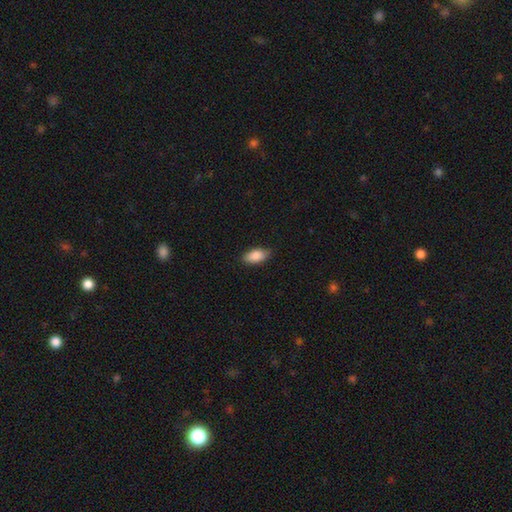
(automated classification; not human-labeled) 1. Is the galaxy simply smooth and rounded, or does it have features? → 88% smooth, 6% star or artifact, 6% featured or disk.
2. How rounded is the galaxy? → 90% in between, 7% cigar-shaped, 3% round.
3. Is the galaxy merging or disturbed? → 84% none, 13% minor disturbance, 2% major disturbance, 1% merger.